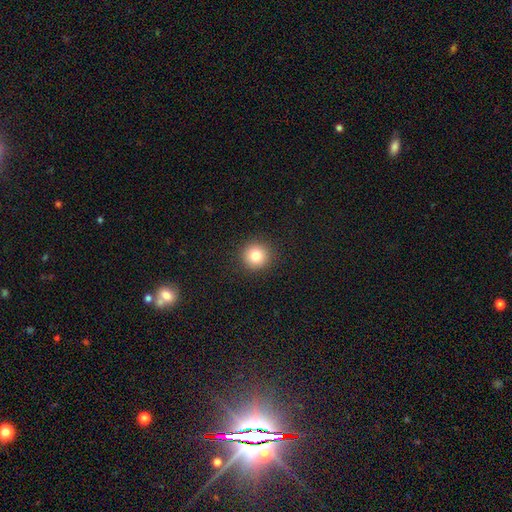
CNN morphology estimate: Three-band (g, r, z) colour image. It shows a smooth galaxy with no disk features (82%) that is round (94%). Merging: none (92%).